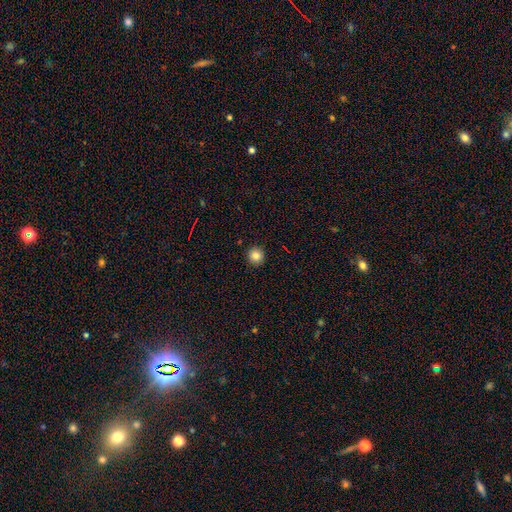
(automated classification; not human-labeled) Smooth or featured? Predicted: smooth (p=0.84). How rounded? Predicted: round (p=0.95). Merging? Predicted: none (p=0.93).